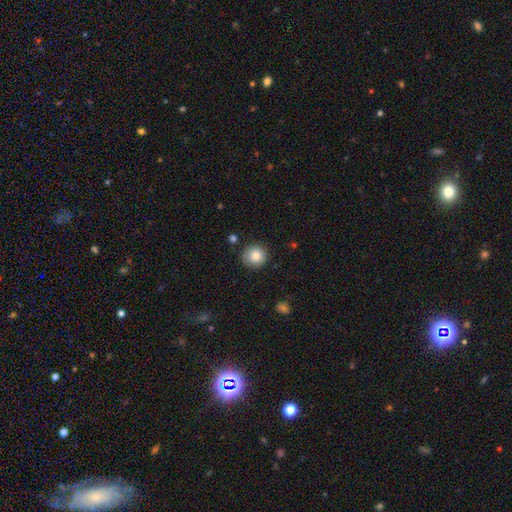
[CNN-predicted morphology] Smooth or featured: smooth — 82% (star or artifact — 9%)
How rounded: round — 92% (in between — 7%)
Merging: none — 86% (minor disturbance — 9%)